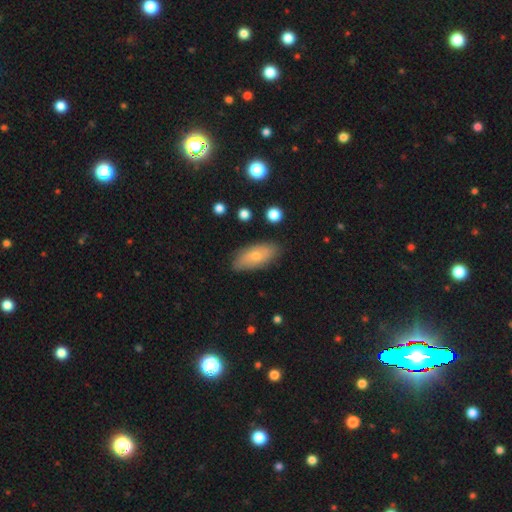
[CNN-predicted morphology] Smooth or featured: smooth — 65% (featured or disk — 29%)
How rounded: in between — 85% (cigar-shaped — 12%)
Merging: none — 83% (minor disturbance — 13%)